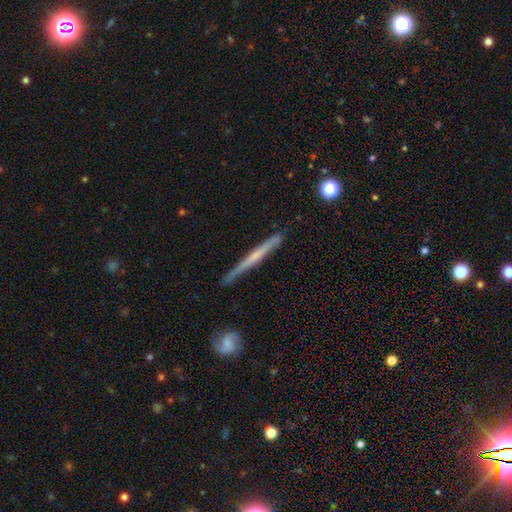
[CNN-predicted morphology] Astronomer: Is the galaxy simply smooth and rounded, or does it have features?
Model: featured or disk — 61%.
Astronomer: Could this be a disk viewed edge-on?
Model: yes — 97%.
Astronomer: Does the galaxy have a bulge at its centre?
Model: none — 62%.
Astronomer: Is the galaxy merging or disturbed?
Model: none — 86%.